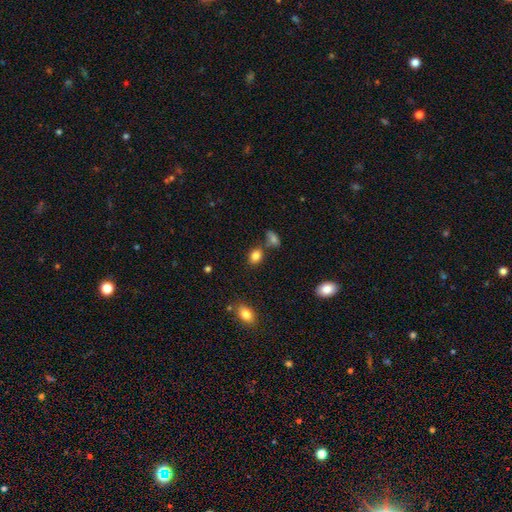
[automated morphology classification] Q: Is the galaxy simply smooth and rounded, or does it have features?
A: smooth — 84%.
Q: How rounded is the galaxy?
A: in between — 60%.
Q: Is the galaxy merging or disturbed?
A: none — 72%.